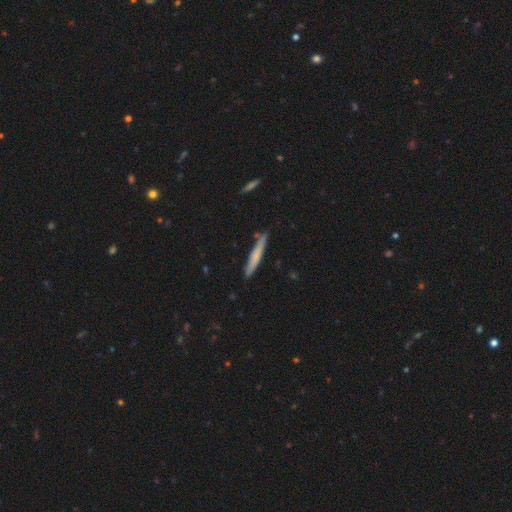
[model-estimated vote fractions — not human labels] smooth 64%, featured or disk 31%, star or artifact 6%. Down the decision tree: how rounded — cigar-shaped (95%); merging — none (85%).